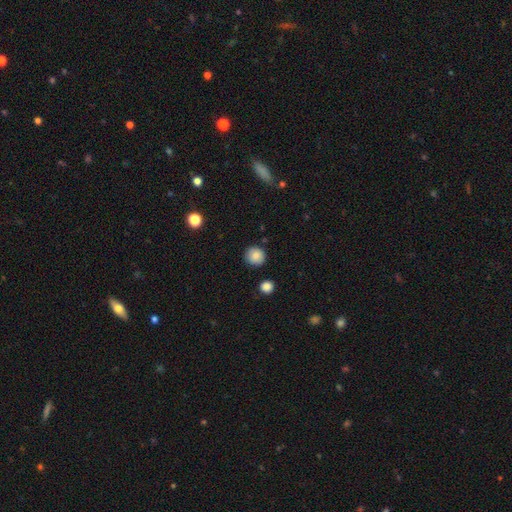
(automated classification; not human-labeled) Smooth or featured: smooth — 84% (star or artifact — 9%)
How rounded: round — 91% (in between — 8%)
Merging: none — 87% (minor disturbance — 9%)